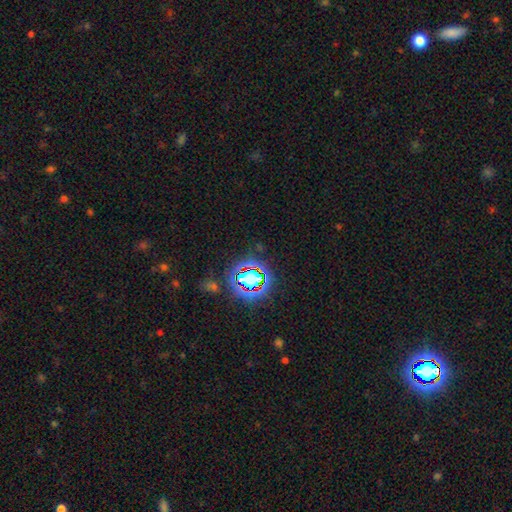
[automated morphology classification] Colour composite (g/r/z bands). It shows a star or artifact, not a galaxy (78%).